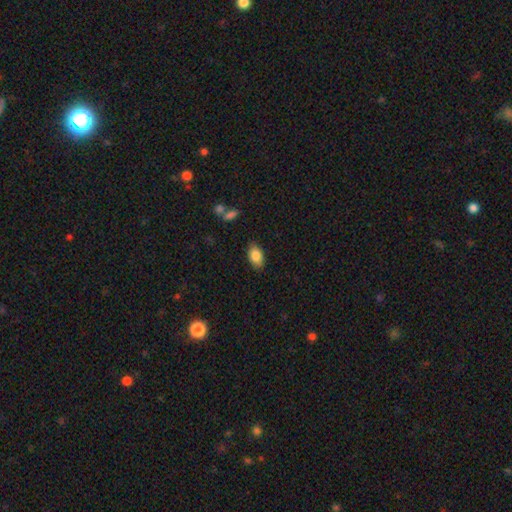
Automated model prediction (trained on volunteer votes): Smooth or featured? smooth (84%)
How rounded? in between (92%)
Merging? none (86%)